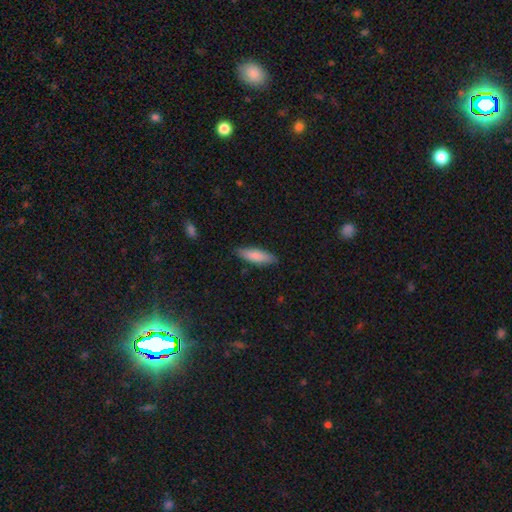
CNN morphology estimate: Smooth or featured: smooth — 82% (featured or disk — 13%)
How rounded: cigar-shaped — 57% (in between — 42%)
Merging: none — 85% (minor disturbance — 11%)